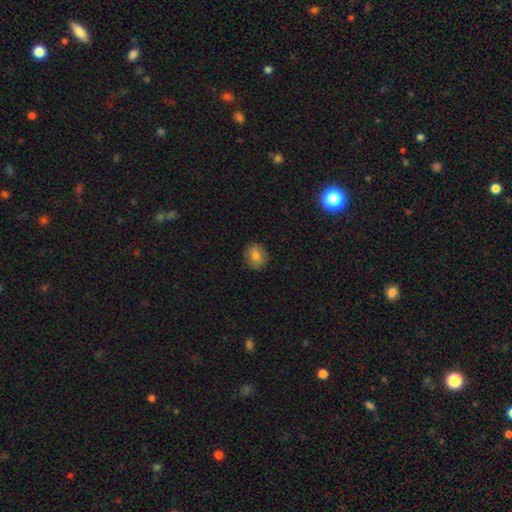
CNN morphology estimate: smooth 77%, featured or disk 13%, star or artifact 10%. Down the decision tree: how rounded — round (77%); merging — none (87%).